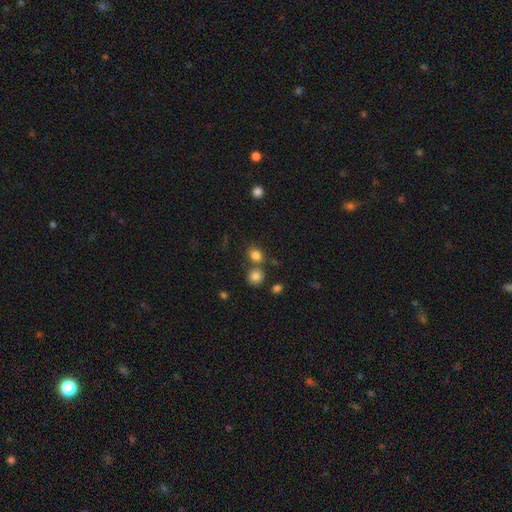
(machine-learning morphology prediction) This is clearly a smooth galaxy (81%). How rounded: likely round (60%). Merging: likely none (63%).